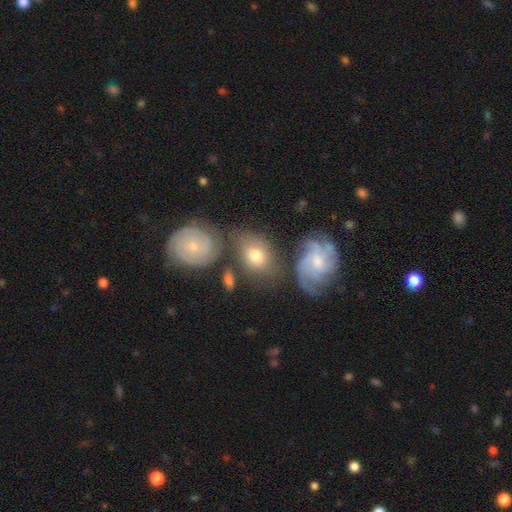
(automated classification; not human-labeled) smooth_or_featured: smooth (p=0.58) [alt: featured or disk p=0.33]
how_rounded: in between (p=0.69) [alt: round p=0.30]
merging: none (p=0.57) [alt: minor disturbance p=0.18]